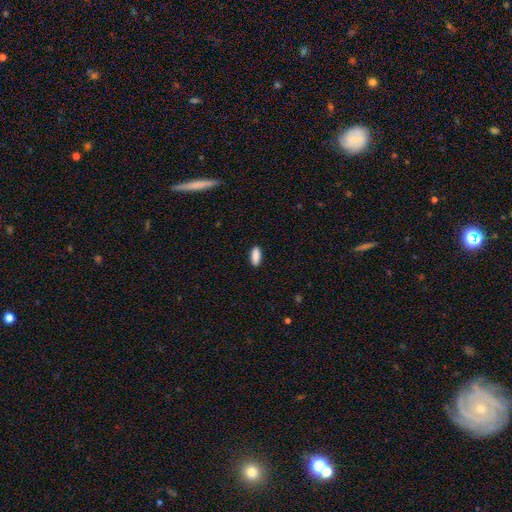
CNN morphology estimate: The model was most divided on "how rounded": in between: 74%, cigar-shaped: 24%, round: 2%. More confident: smooth or featured — smooth (90%); merging — none (89%).